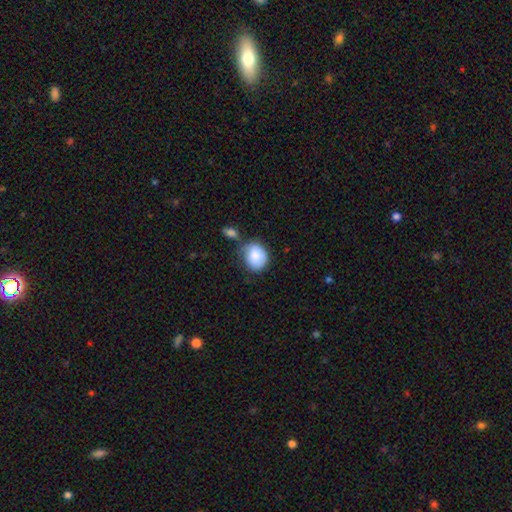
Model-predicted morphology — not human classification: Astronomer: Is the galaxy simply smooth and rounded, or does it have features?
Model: smooth — 84%.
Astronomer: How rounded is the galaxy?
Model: round — 58% (runner-up: in between, 41%).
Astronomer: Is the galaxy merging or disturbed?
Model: none — 46% (runner-up: minor disturbance, 28%).